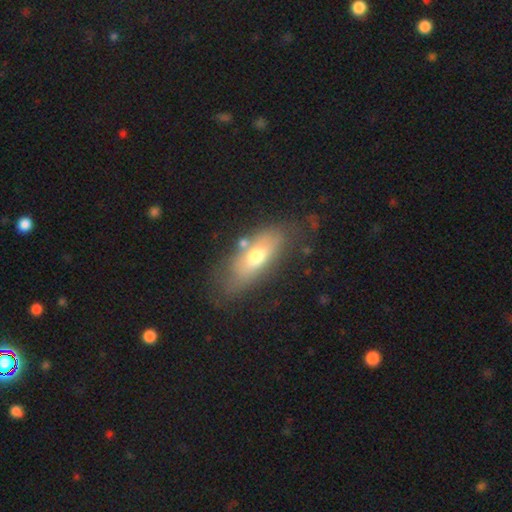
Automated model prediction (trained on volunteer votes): Overall: smooth (58%; featured or disk 34%). How rounded: in between (78%). Merging: none (62%).